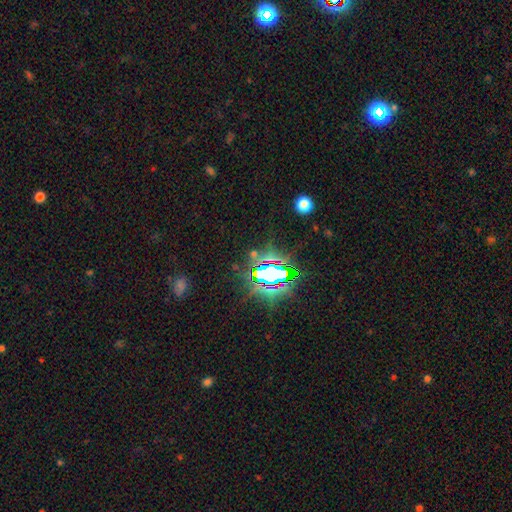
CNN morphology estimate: Smooth or featured?
  - star or artifact: 77% *
  - smooth: 13%
  - featured or disk: 10%